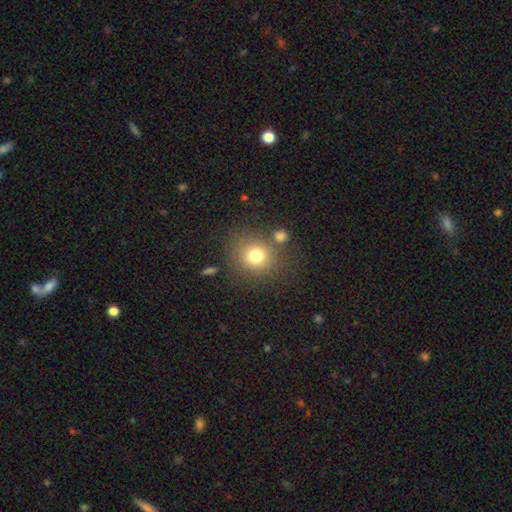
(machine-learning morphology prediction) Overall: smooth (77%). How rounded: round (85%). Merging: none (73%).